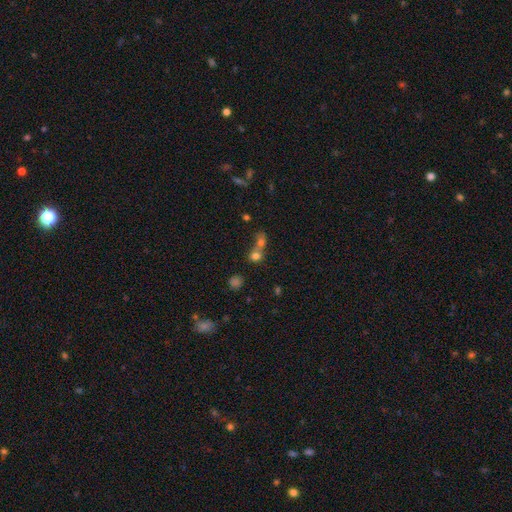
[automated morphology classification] Overall: smooth (72%). How rounded: round (74%). Merging: merger (62%; none 29%).